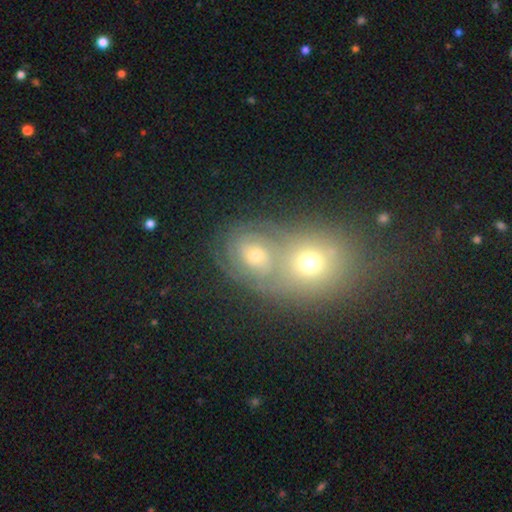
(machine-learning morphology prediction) A smooth galaxy with no disk features (42%).

Vote fractions:
- Smooth or featured? smooth: 42% / featured or disk: 39% / star or artifact: 19%
- Merging? merger: 61% / none: 29% / minor disturbance: 7% / major disturbance: 3%